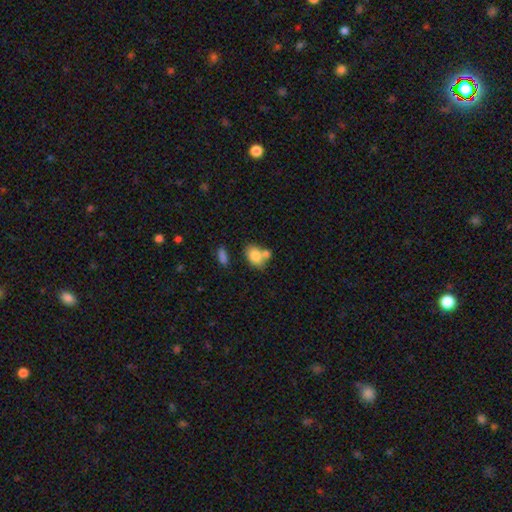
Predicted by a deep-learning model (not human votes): smooth-or-featured: smooth: 80% | featured or disk: 12% | star or artifact: 8%
  how-rounded: in between: 75% | round: 24% | cigar-shaped: 1%
  merging: none: 43% | merger: 40% | minor disturbance: 13% | major disturbance: 5%